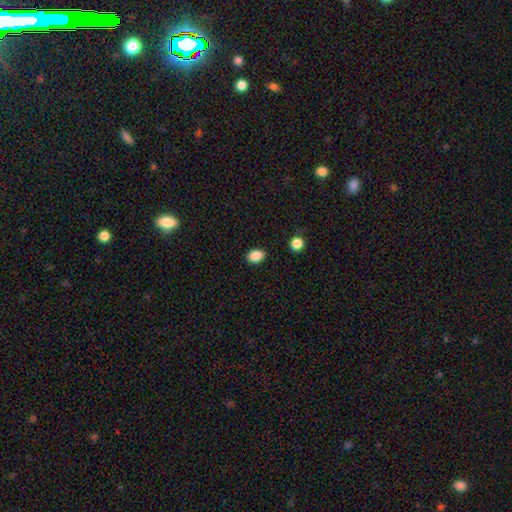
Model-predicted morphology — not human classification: type=smooth (87%); roundness=in between (79%); merging=none (88%).